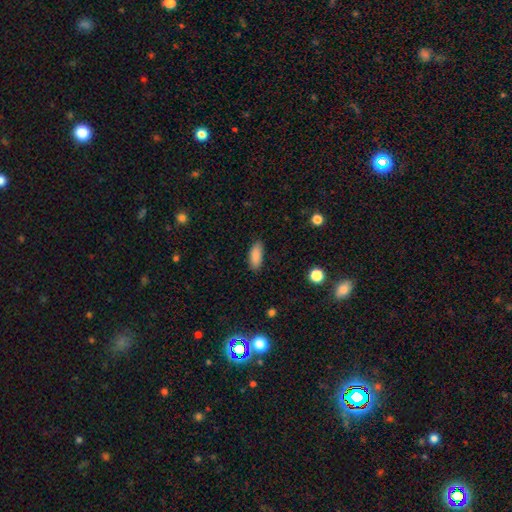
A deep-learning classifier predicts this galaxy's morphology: smooth_or_featured: smooth (p=0.88) [alt: star or artifact p=0.07]
how_rounded: in between (p=0.78) [alt: cigar-shaped p=0.19]
merging: none (p=0.86) [alt: minor disturbance p=0.10]